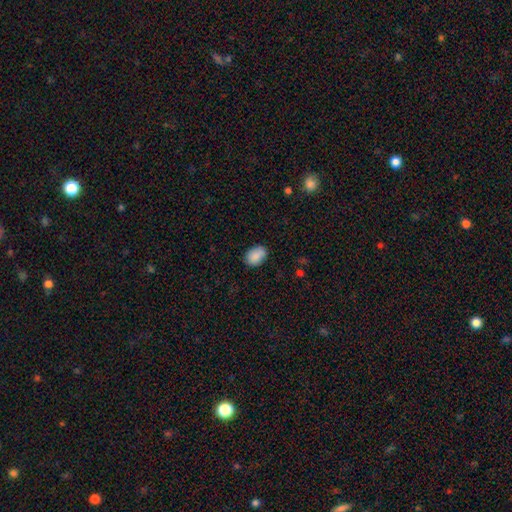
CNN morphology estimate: Smooth or featured: smooth — 89% (star or artifact — 7%)
How rounded: in between — 80% (round — 19%)
Merging: none — 83% (minor disturbance — 13%)